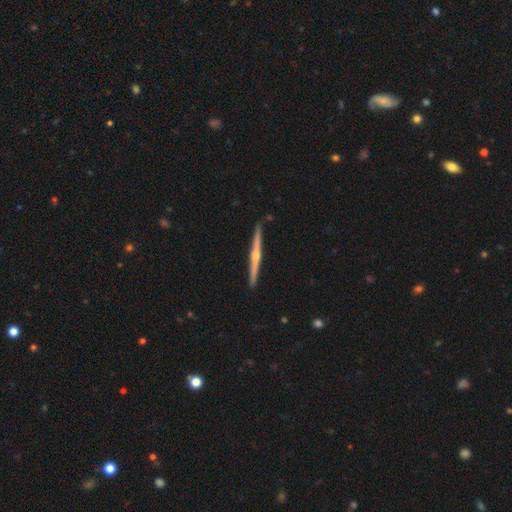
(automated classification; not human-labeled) A featured or disk galaxy (77%) viewed edge-on (98%) with a rounded central bulge (85%).

Vote fractions:
- Smooth or featured? featured or disk: 77% / smooth: 18% / star or artifact: 5%
- Edge-on disk? yes: 98% / no: 2%
- Edge-on bulge? rounded: 85% / none: 12% / boxy: 3%
- Merging? none: 92% / minor disturbance: 6% / merger: 1% / major disturbance: 1%